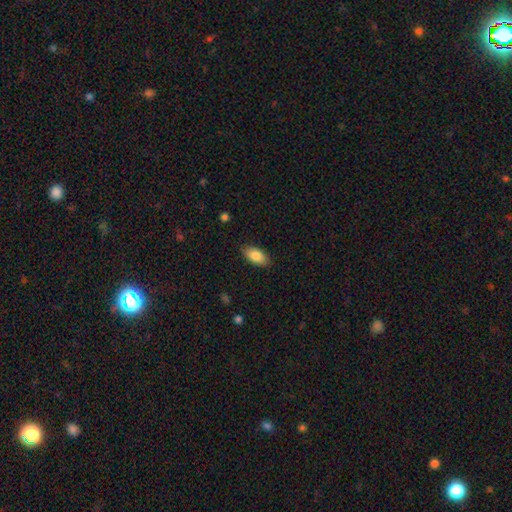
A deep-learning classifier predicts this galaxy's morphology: This is clearly a smooth galaxy (85%). How rounded: clearly in between (92%). Merging: clearly none (86%).